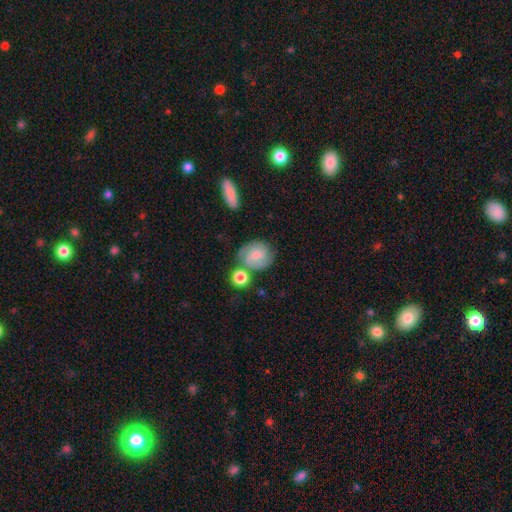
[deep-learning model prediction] Overall: featured or disk (48%; smooth 43%). Merging: none (61%).